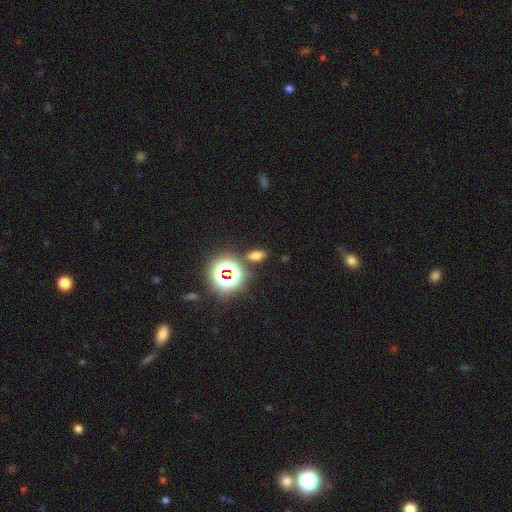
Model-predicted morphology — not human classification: smooth-or-featured: smooth: 58% | star or artifact: 33% | featured or disk: 9%
  how-rounded: in between: 76% | round: 14% | cigar-shaped: 10%
  merging: none: 82% | minor disturbance: 9% | merger: 6% | major disturbance: 3%